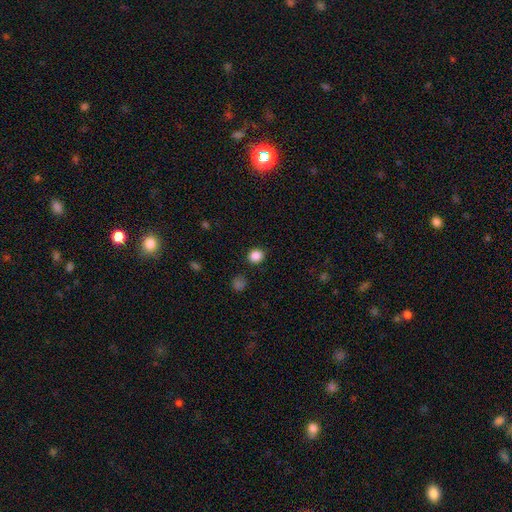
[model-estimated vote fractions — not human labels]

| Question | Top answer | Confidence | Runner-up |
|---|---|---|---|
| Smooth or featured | smooth | 86% | star or artifact (11%) |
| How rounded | round | 80% | in between (19%) |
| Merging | none | 88% | minor disturbance (8%) |